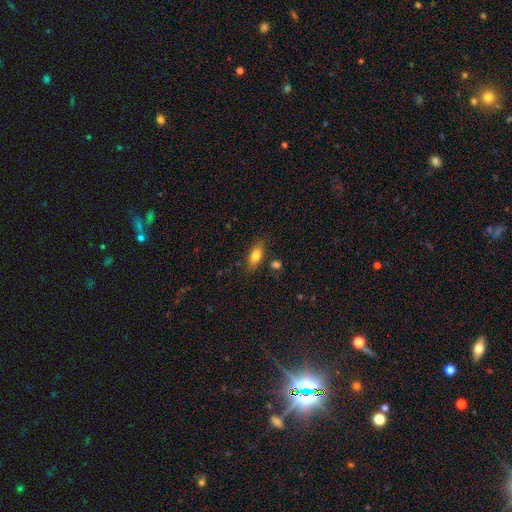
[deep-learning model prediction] A smooth galaxy with no disk features (77%) that is in between round and cigar-shaped (81%). Merging: none (79%).